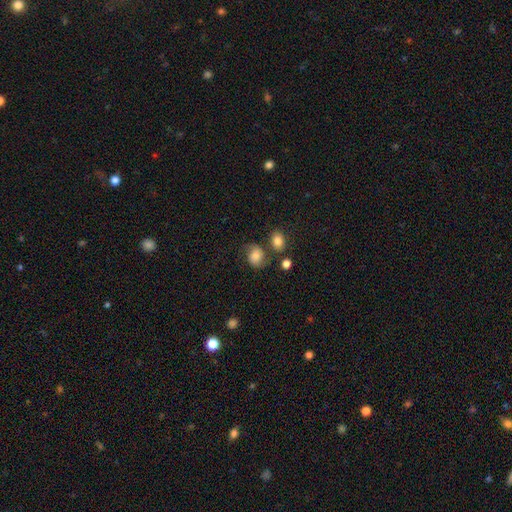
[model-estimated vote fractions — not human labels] The model was most divided on "how rounded": round: 53%, in between: 46%, cigar-shaped: 1%. More confident: smooth or featured — smooth (66%); merging — none (58%).